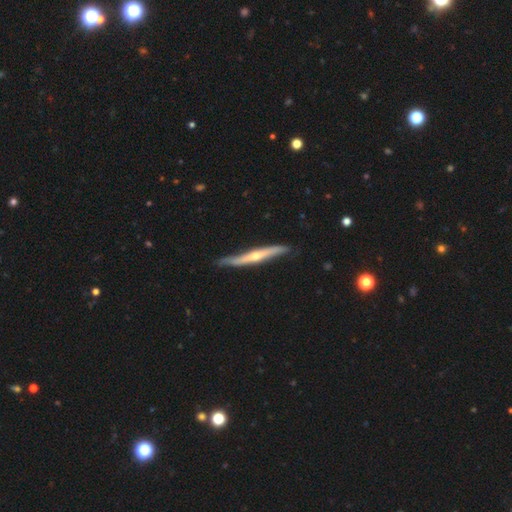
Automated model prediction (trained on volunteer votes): This appears to be a featured or disk galaxy (69%) viewed edge-on (92%) with a rounded central bulge (80%). Merging: none (75%).